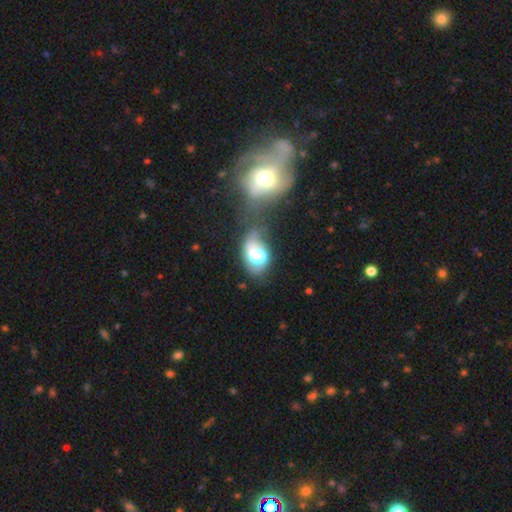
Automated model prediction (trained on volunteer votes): A smooth galaxy with no disk features (59%) that is in between round and cigar-shaped (81%). Merging: merger (31%).